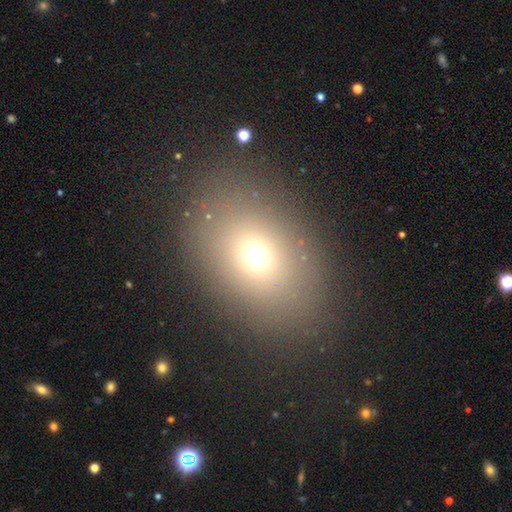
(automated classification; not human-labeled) Morphology: type=smooth (68%); roundness=in between (67%); merging=none (83%).